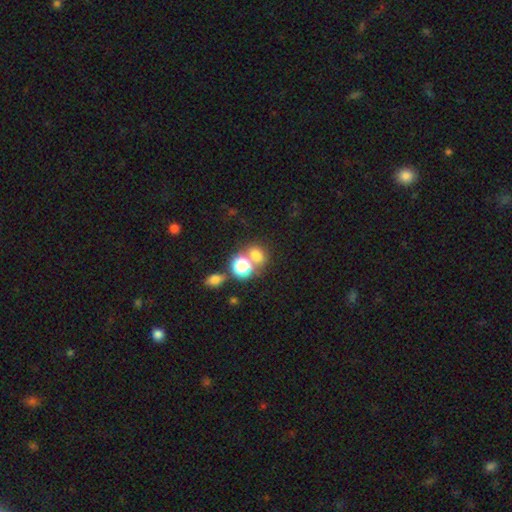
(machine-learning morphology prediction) Smooth or featured? smooth (70%)
How rounded? round (58%)
Merging? none (48%)